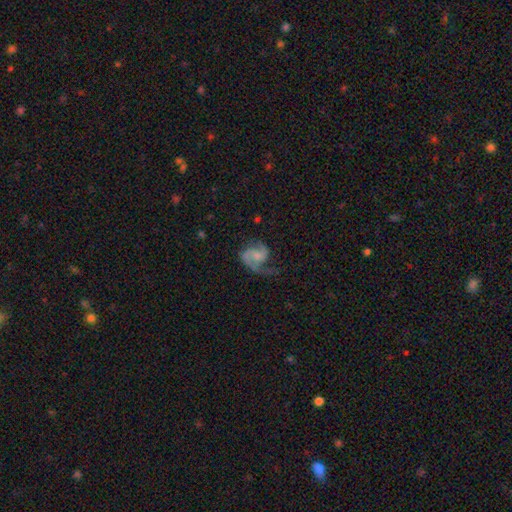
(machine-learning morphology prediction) featured or disk 81%, smooth 13%, star or artifact 6%. Down the decision tree: edge-on disk — no (98%); bar — no (60%); spiral arms — yes (96%); spiral arm count — 2 (77%); spiral winding — medium (47%); bulge size — none (37%); merging — none (51%).